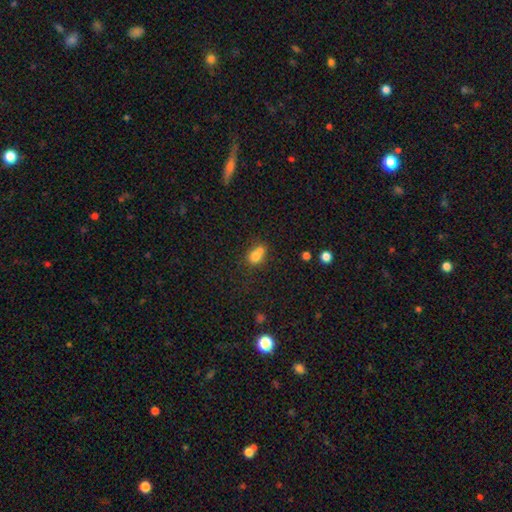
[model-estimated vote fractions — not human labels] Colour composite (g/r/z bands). It shows a smooth galaxy with no disk features (73%) that is round (67%). Merging: merger (60%).